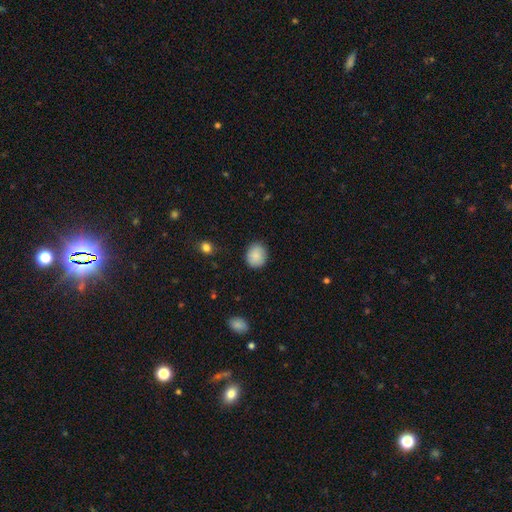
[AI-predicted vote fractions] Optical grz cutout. It shows a smooth galaxy with no disk features (88%) that is round (66%). Merging: none (87%).